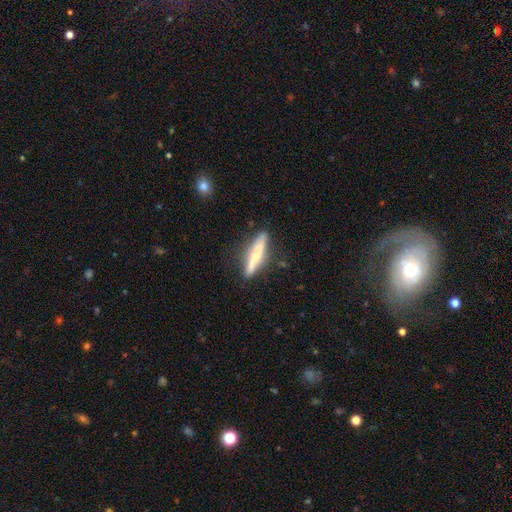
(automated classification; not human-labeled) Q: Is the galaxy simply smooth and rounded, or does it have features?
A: smooth — 49%.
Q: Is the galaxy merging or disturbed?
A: none — 76%.